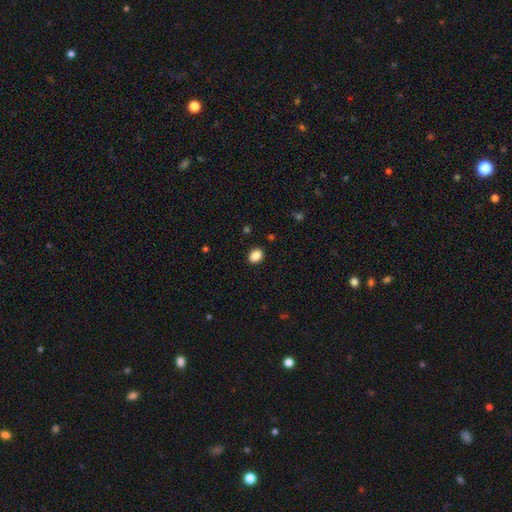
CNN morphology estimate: Smooth or featured? Predicted: smooth (p=0.88). How rounded? Predicted: in between (p=0.70). Merging? Predicted: none (p=0.89).